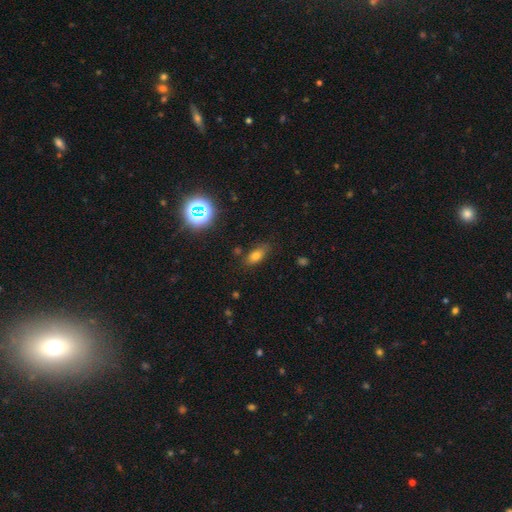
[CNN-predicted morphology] The model was most divided on "smooth or featured": smooth: 70%, star or artifact: 18%, featured or disk: 12%. More confident: how rounded — in between (80%); merging — none (76%).